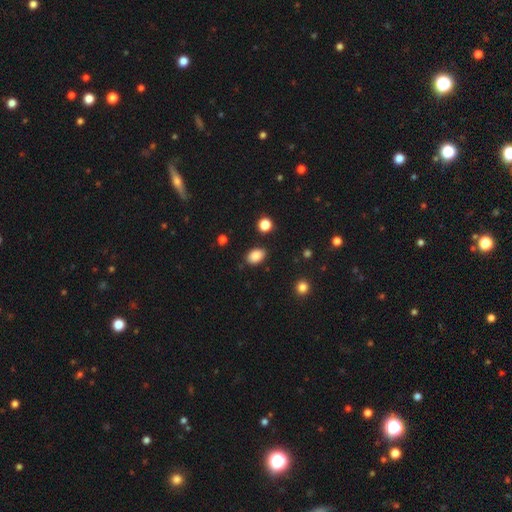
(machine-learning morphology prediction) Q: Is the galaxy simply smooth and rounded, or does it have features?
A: smooth — 87%.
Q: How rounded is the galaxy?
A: in between — 85%.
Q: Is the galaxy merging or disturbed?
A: none — 84%.